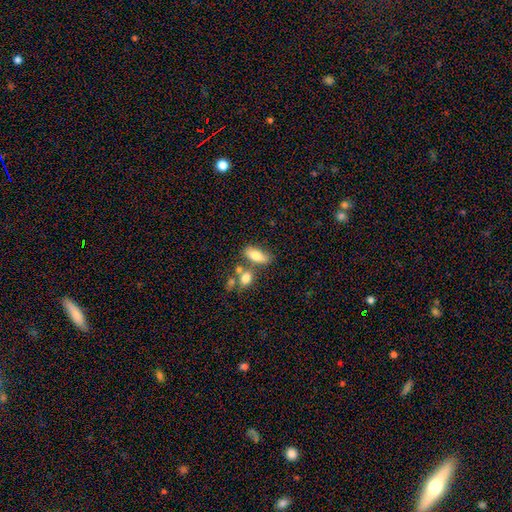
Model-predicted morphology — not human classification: smooth-or-featured: smooth: 75% | featured or disk: 17% | star or artifact: 8%
  how-rounded: in between: 78% | cigar-shaped: 18% | round: 5%
  merging: none: 58% | merger: 23% | minor disturbance: 14% | major disturbance: 5%